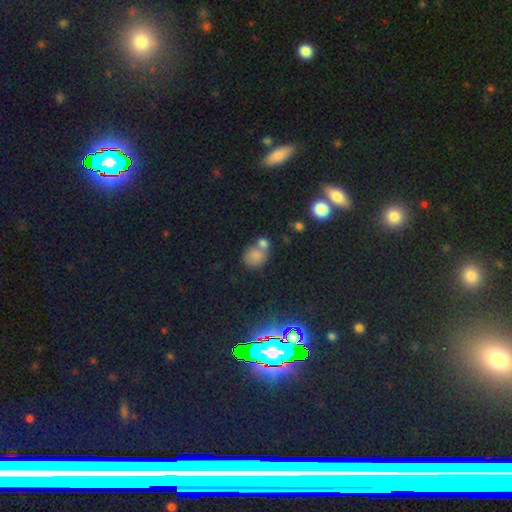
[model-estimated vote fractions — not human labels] This is likely a smooth galaxy (70%). How rounded: likely round (61%). Merging: marginally none (42%).